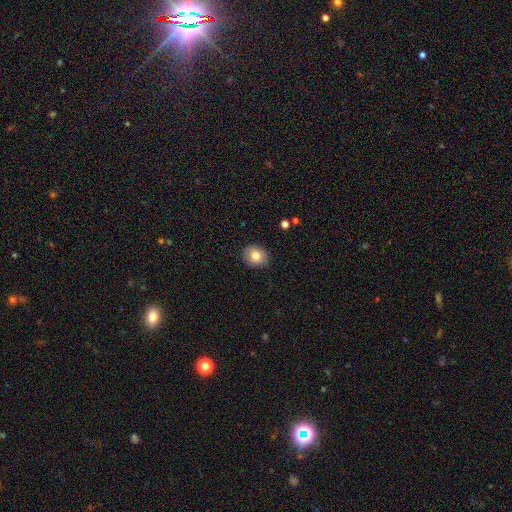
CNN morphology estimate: Smooth or featured? smooth (80%)
How rounded? round (56%)
Merging? none (89%)